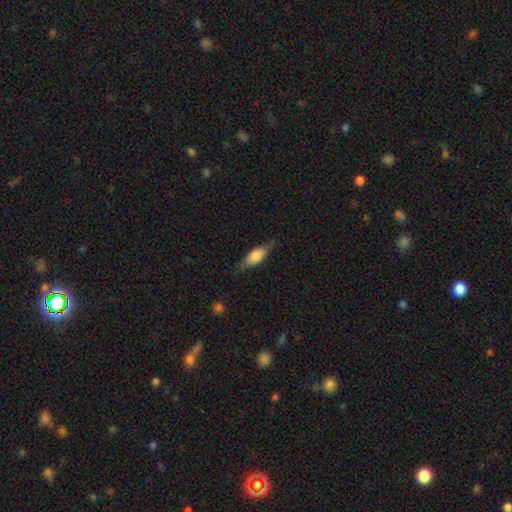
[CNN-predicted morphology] Smooth or featured?
  - smooth: 68% *
  - featured or disk: 26%
  - star or artifact: 7%
How rounded?
  - in between: 69% *
  - cigar-shaped: 28%
  - round: 3%
Merging?
  - none: 72% *
  - minor disturbance: 21%
  - major disturbance: 6%
  - merger: 1%